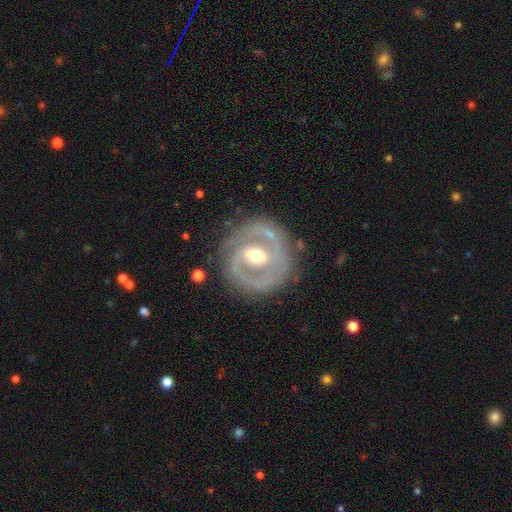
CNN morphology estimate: The model was most divided on "spiral winding": tight: 50%, medium: 38%, loose: 12%. Remaining: edge-on disk — no (97%); smooth or featured — featured or disk (84%); spiral arms — yes (82%); merging — none (79%); spiral arm count — 2 (75%); bulge size — moderate (69%); bar — weak (44%).